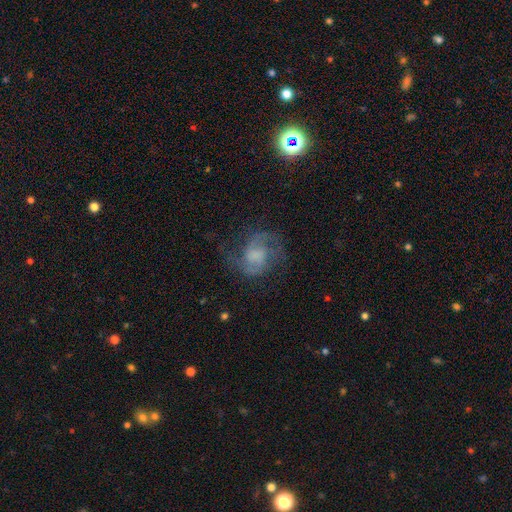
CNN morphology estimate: A featured or disk galaxy (69%) with no bar (55%), 2 (75%) medium (51%) spiral arms (89%) and no central bulge (37%). Merging: none (59%).